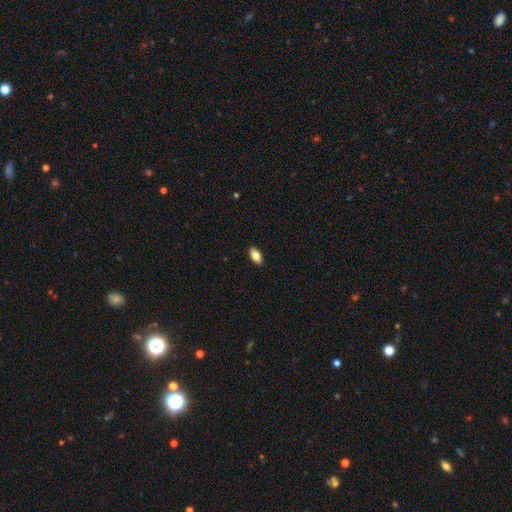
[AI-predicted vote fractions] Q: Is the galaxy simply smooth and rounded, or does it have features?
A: smooth — 80%.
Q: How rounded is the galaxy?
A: in between — 90%.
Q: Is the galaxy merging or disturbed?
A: none — 90%.